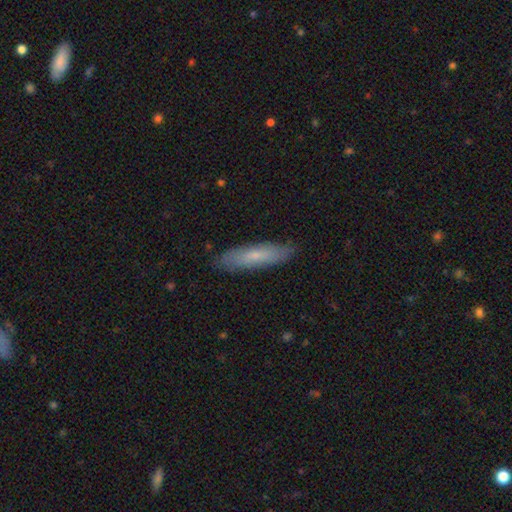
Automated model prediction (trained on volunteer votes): The model was most divided on "smooth or featured": smooth: 64%, featured or disk: 29%, star or artifact: 6%. More confident: merging — none (86%); how rounded — cigar-shaped (75%).